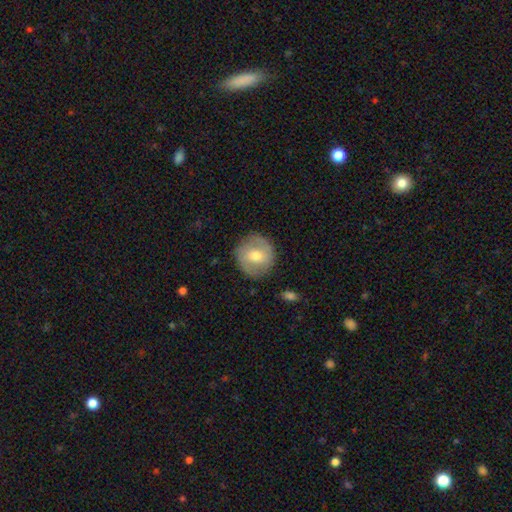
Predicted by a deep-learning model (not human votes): smooth-or-featured: smooth: 49% | featured or disk: 45% | star or artifact: 7%
  merging: none: 83% | minor disturbance: 12% | major disturbance: 4% | merger: 1%